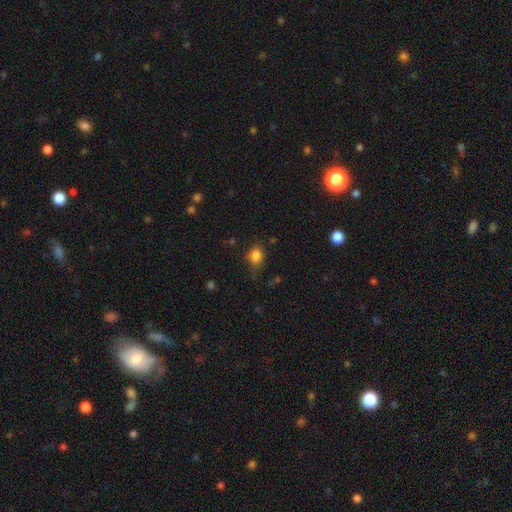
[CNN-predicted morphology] Overall: smooth (83%). How rounded: in between (62%; round 36%). Merging: none (65%; minor disturbance 25%).